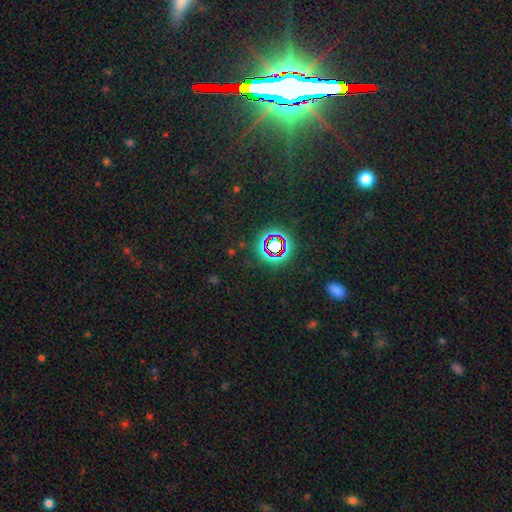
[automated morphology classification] Smooth or featured? Predicted: star or artifact (p=0.73).